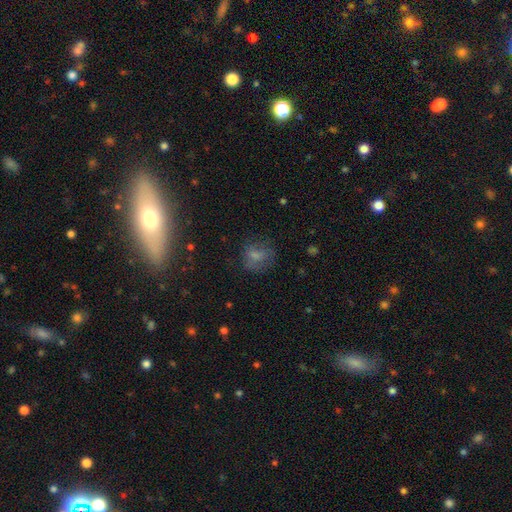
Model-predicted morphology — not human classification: Smooth or featured?
  - smooth: 68% *
  - featured or disk: 20%
  - star or artifact: 13%
How rounded?
  - round: 60% *
  - in between: 38%
  - cigar-shaped: 2%
Merging?
  - none: 59% *
  - minor disturbance: 22%
  - major disturbance: 17%
  - merger: 2%